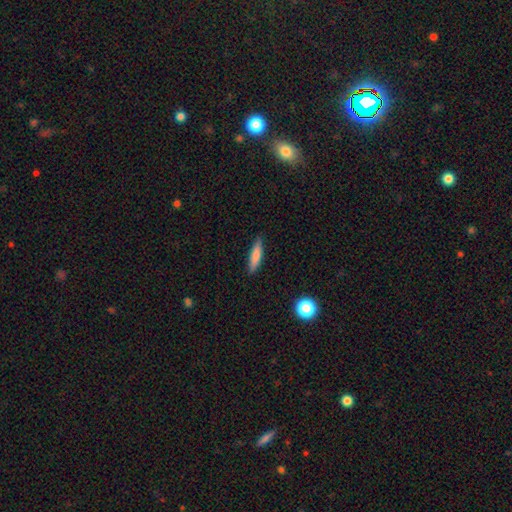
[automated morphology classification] Smooth or featured? smooth (79%)
How rounded? cigar-shaped (78%)
Merging? none (87%)